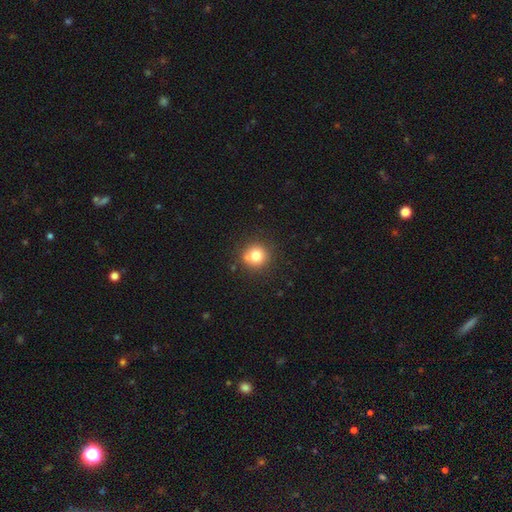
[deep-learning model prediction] Smooth or featured?
  - smooth: 80% *
  - star or artifact: 11%
  - featured or disk: 8%
How rounded?
  - round: 90% *
  - in between: 9%
  - cigar-shaped: 1%
Merging?
  - none: 79% *
  - minor disturbance: 14%
  - merger: 4%
  - major disturbance: 4%